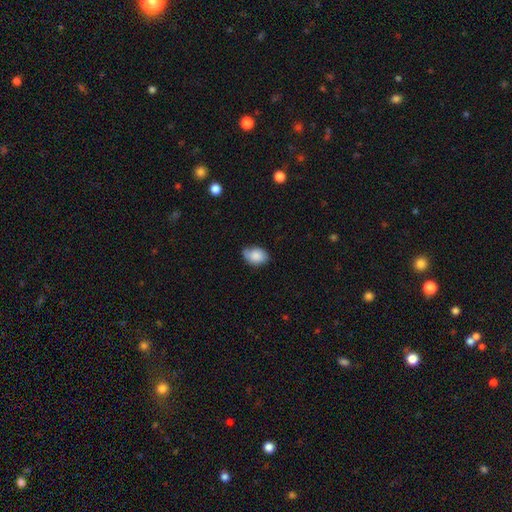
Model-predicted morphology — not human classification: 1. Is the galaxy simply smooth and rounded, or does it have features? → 79% smooth, 14% featured or disk, 7% star or artifact.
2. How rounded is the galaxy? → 83% in between, 16% round, 1% cigar-shaped.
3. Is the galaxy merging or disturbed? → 60% none, 32% minor disturbance, 6% major disturbance, 2% merger.